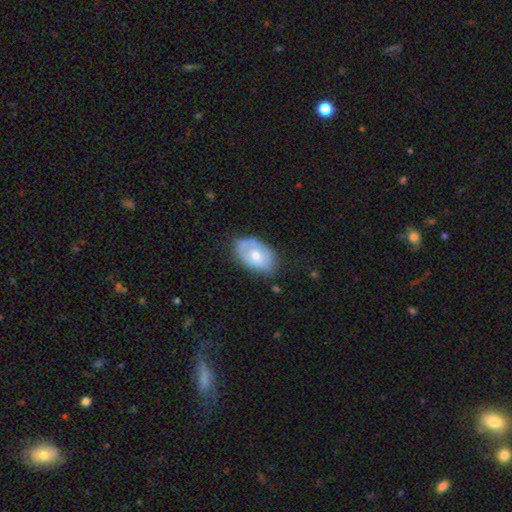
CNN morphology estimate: Smooth or featured: smooth — 50% (featured or disk — 44%)
Merging: none — 60% (minor disturbance — 30%)